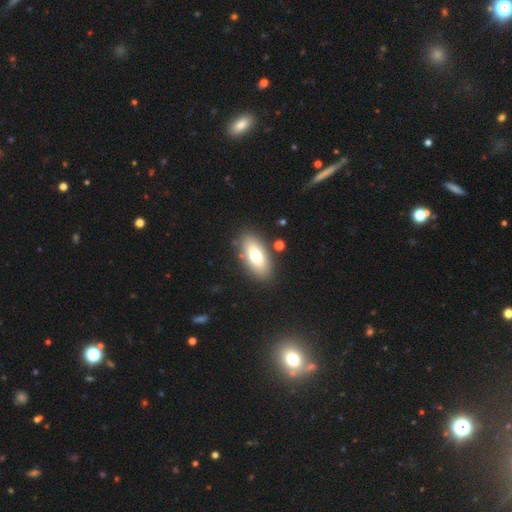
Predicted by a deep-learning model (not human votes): This is likely a smooth galaxy (70%). How rounded: clearly in between (87%). Merging: clearly none (84%).